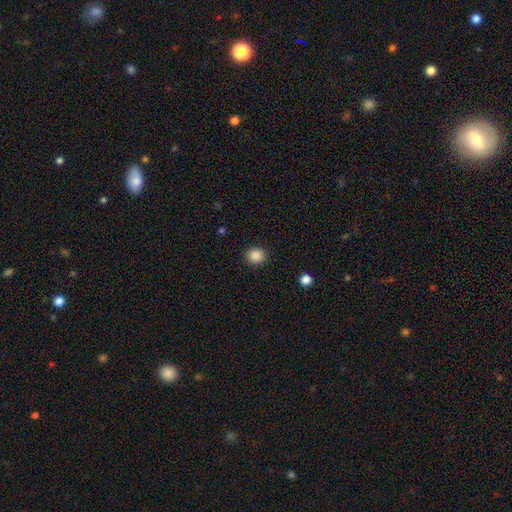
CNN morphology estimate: Smooth or featured: smooth — 87% (star or artifact — 10%)
How rounded: round — 87% (in between — 13%)
Merging: none — 91% (minor disturbance — 6%)